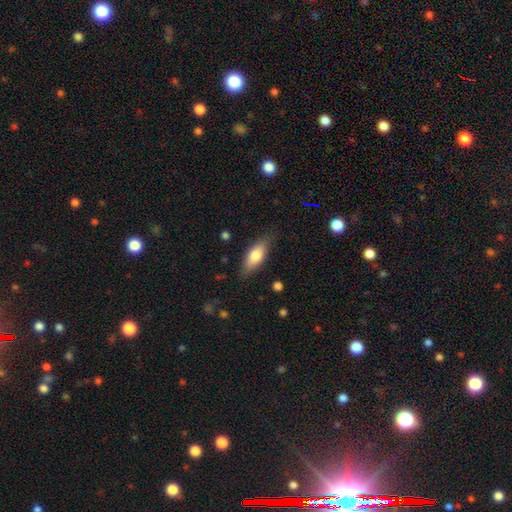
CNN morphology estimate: Overall: smooth (71%). How rounded: in between (73%). Merging: none (81%).